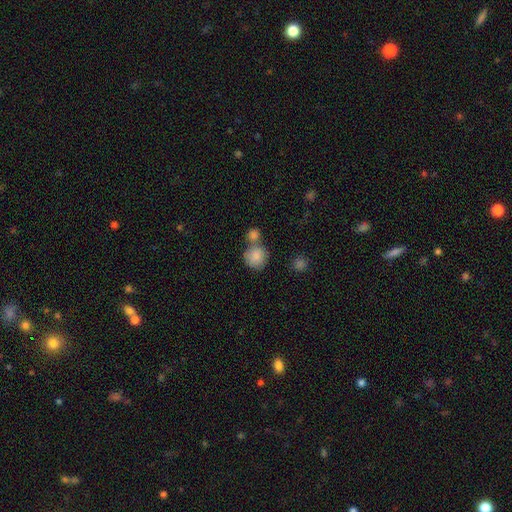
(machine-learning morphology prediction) Smooth or featured? Predicted: smooth (p=0.85). How rounded? Predicted: round (p=0.88). Merging? Predicted: none (p=0.51).